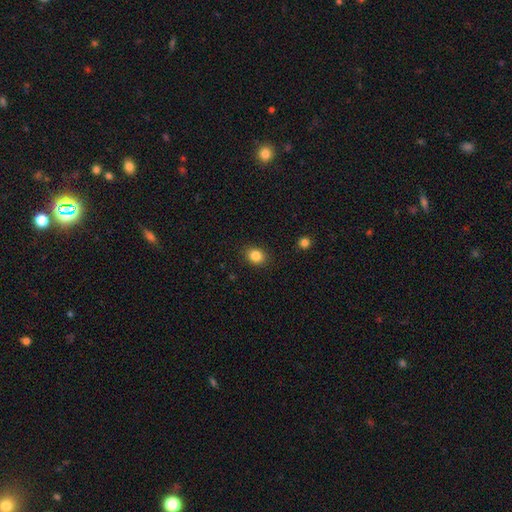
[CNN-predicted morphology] This is clearly a smooth galaxy (85%). How rounded: possibly round (57%). Merging: clearly none (88%).